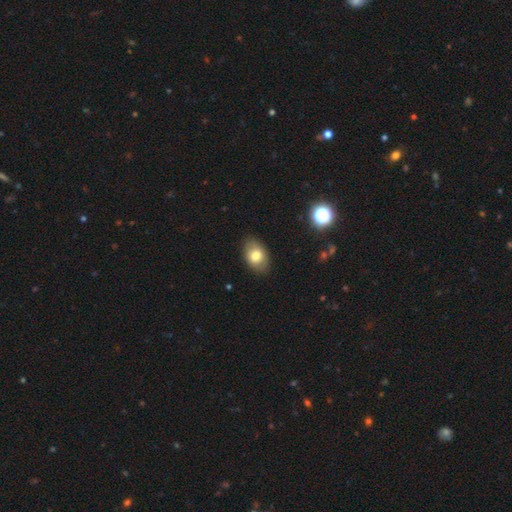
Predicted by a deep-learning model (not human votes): Smooth or featured? Predicted: smooth (p=0.78). How rounded? Predicted: in between (p=0.87). Merging? Predicted: none (p=0.85).